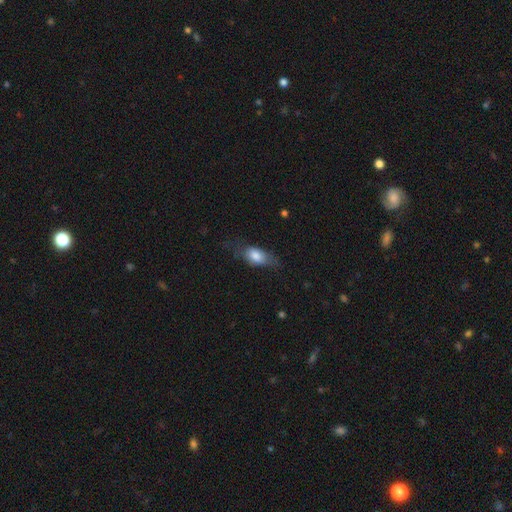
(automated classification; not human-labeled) Q: Smooth or featured?
A: smooth (75%); runner-up: featured or disk (18%)
Q: How rounded?
A: in between (81%); runner-up: cigar-shaped (13%)
Q: Merging?
A: none (51%); runner-up: minor disturbance (30%)